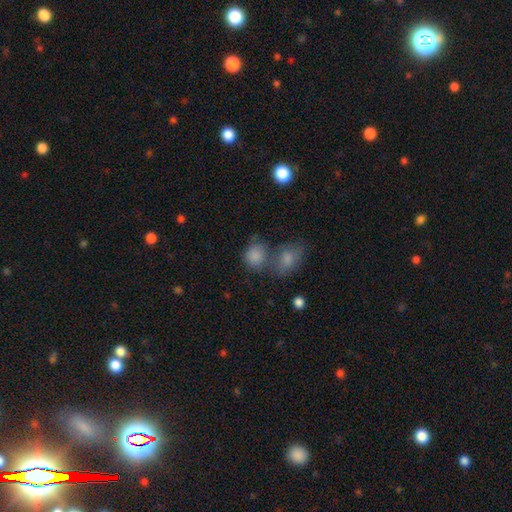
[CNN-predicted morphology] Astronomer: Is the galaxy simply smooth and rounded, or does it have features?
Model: smooth — 84%.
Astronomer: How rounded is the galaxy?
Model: round — 63%.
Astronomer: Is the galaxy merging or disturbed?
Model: none — 44% (runner-up: merger, 38%).